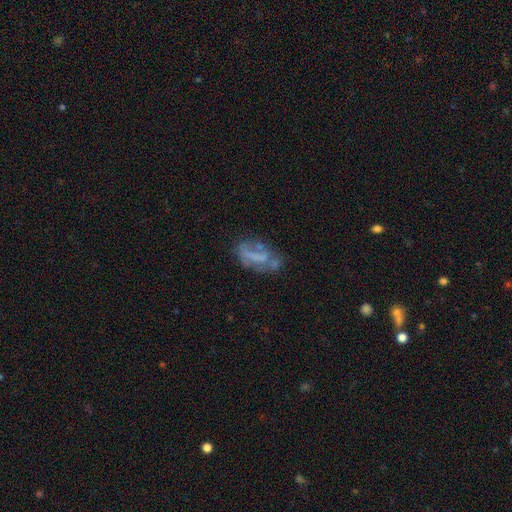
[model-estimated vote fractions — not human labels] A featured or disk galaxy (53%).

Vote fractions:
- Smooth or featured? featured or disk: 53% / smooth: 36% / star or artifact: 12%
- Edge-on disk? no: 93% / yes: 7%
- Merging? none: 41% / minor disturbance: 25% / major disturbance: 23% / merger: 11%